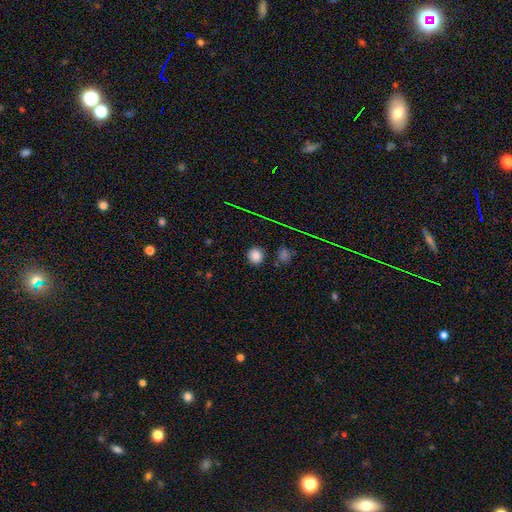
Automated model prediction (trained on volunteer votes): Smooth or featured? Predicted: smooth (p=0.82). How rounded? Predicted: round (p=0.84). Merging? Predicted: none (p=0.87).